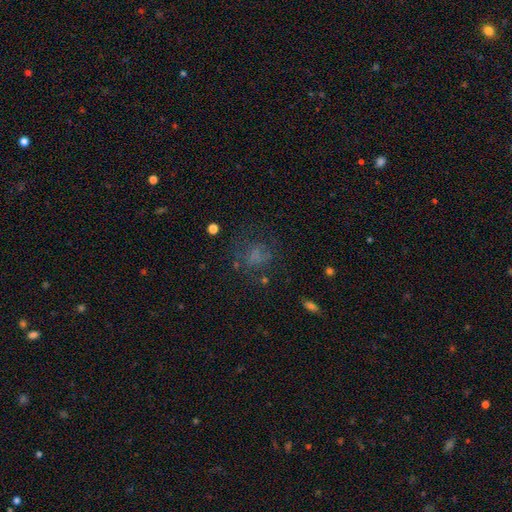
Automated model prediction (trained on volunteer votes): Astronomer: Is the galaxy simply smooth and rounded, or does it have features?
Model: smooth — 50% (runner-up: featured or disk, 26%).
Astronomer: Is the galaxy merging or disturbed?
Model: none — 56%.